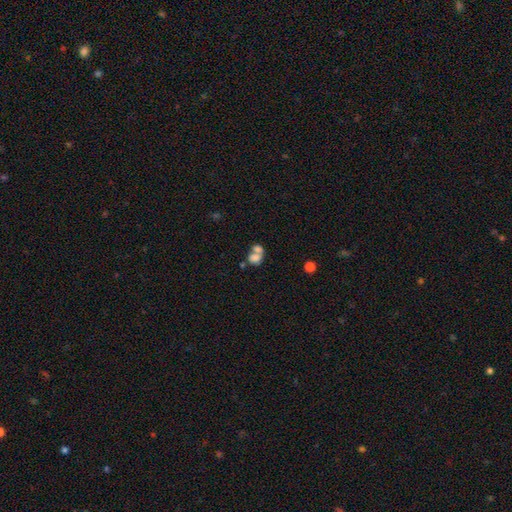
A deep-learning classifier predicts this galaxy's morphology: smooth 71%, featured or disk 19%, star or artifact 11%. Down the decision tree: how rounded — in between (63%); merging — merger (67%).